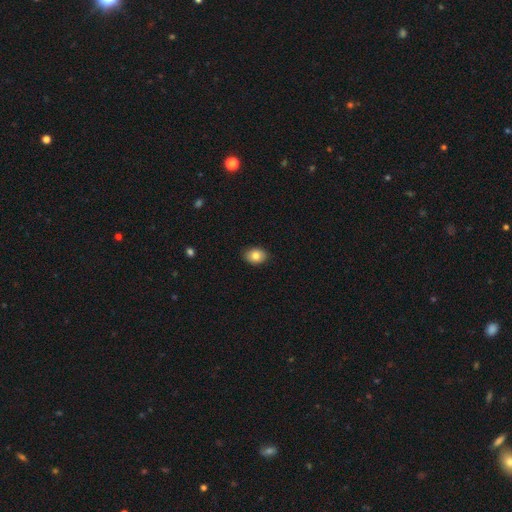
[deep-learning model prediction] A smooth galaxy with no disk features (82%) that is in between round and cigar-shaped (67%). Merging: none (88%).